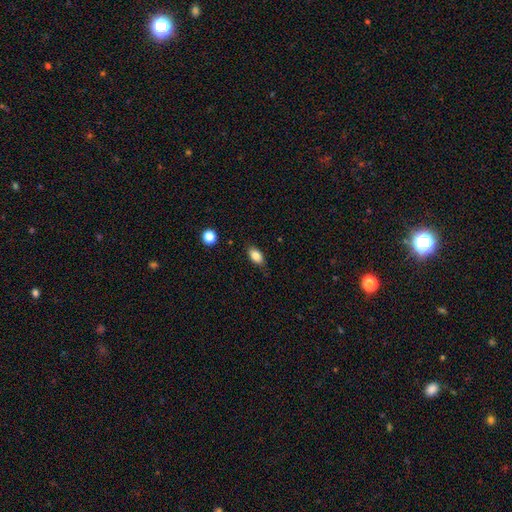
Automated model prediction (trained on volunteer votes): A smooth galaxy with no disk features (84%) that is in between round and cigar-shaped (90%). Merging: none (81%).